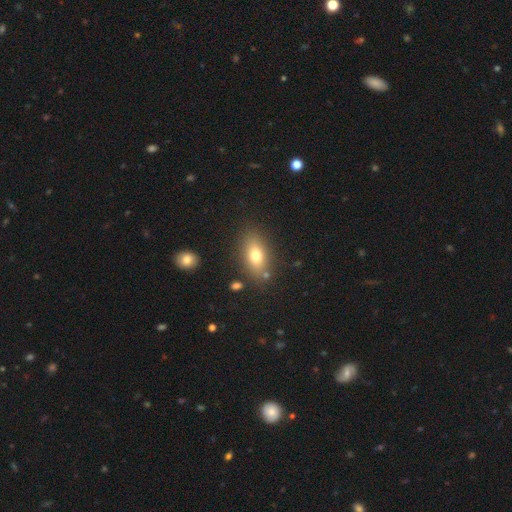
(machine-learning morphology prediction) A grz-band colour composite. It shows a smooth galaxy with no disk features (74%) that is in between round and cigar-shaped (84%). Merging: none (80%).